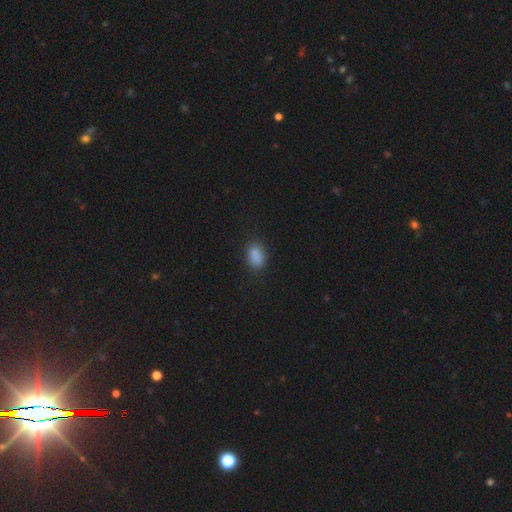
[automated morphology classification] Q: Smooth or featured?
A: smooth (86%); runner-up: star or artifact (10%)
Q: How rounded?
A: in between (83%); runner-up: round (15%)
Q: Merging?
A: none (81%); runner-up: minor disturbance (14%)